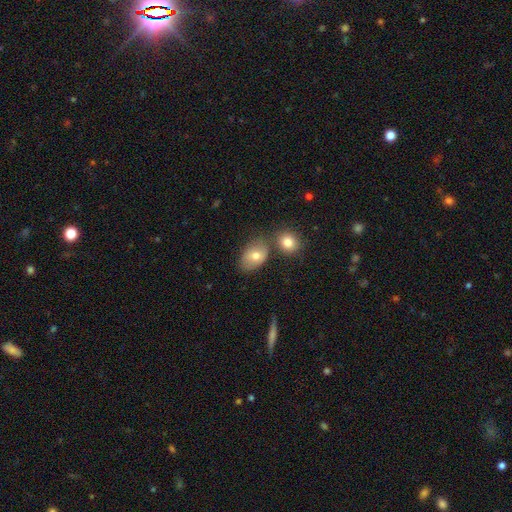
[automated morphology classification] The model was most divided on "merging": none: 58%, merger: 22%, minor disturbance: 15%, major disturbance: 5%. More confident: how rounded — in between (78%); smooth or featured — smooth (75%).